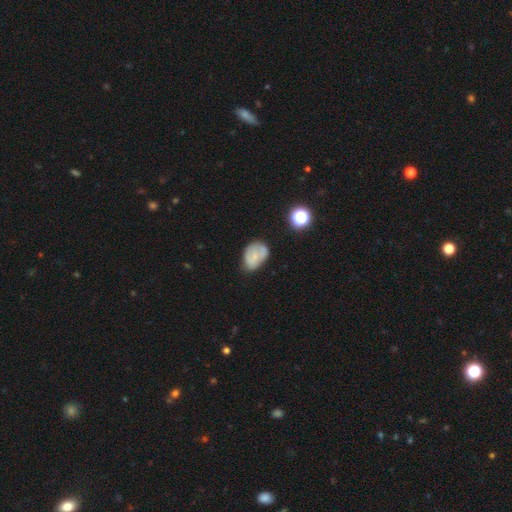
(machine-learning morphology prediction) Q: Smooth or featured?
A: smooth (59%); runner-up: featured or disk (30%)
Q: How rounded?
A: in between (76%); runner-up: round (23%)
Q: Merging?
A: none (46%); runner-up: minor disturbance (35%)